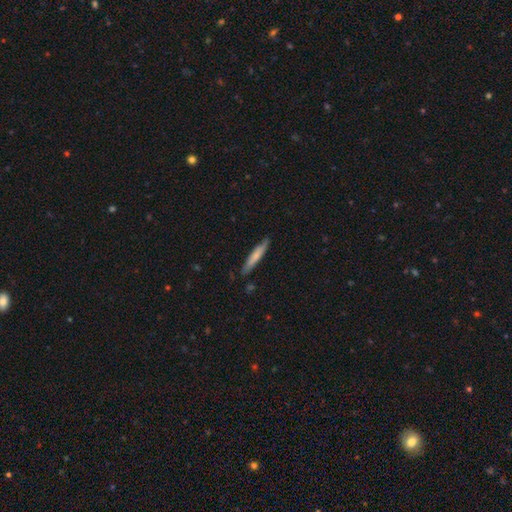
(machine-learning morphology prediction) Smooth or featured? smooth (64%)
How rounded? cigar-shaped (93%)
Merging? none (82%)